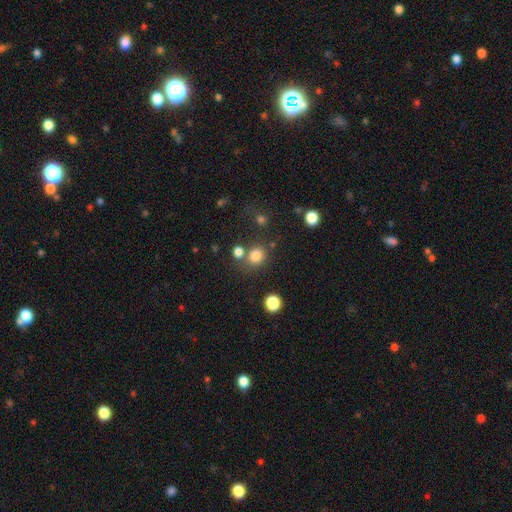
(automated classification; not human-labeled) Q: Smooth or featured?
A: smooth (80%); runner-up: star or artifact (14%)
Q: How rounded?
A: round (70%); runner-up: in between (29%)
Q: Merging?
A: none (65%); runner-up: merger (18%)